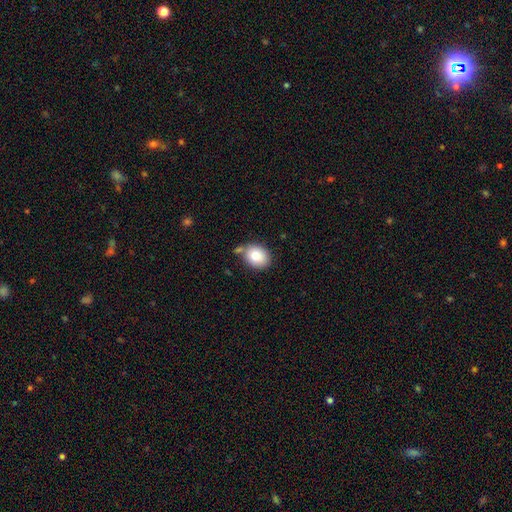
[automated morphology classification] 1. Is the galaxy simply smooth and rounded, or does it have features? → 81% smooth, 10% featured or disk, 8% star or artifact.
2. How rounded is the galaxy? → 55% in between, 45% round, 1% cigar-shaped.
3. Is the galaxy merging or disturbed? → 70% none, 17% minor disturbance, 9% merger, 4% major disturbance.